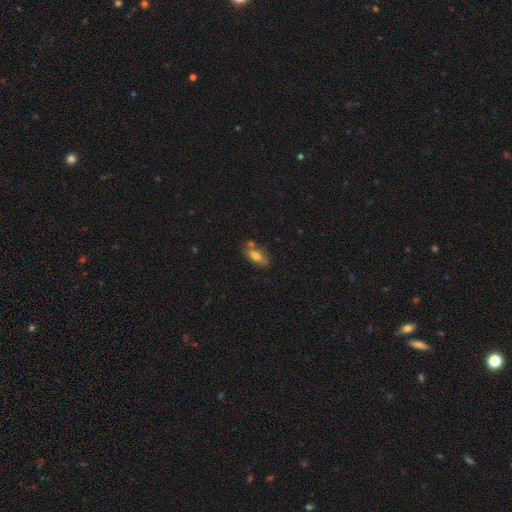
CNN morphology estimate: smooth 65%, featured or disk 26%, star or artifact 8%. Down the decision tree: how rounded — in between (78%); merging — none (61%).